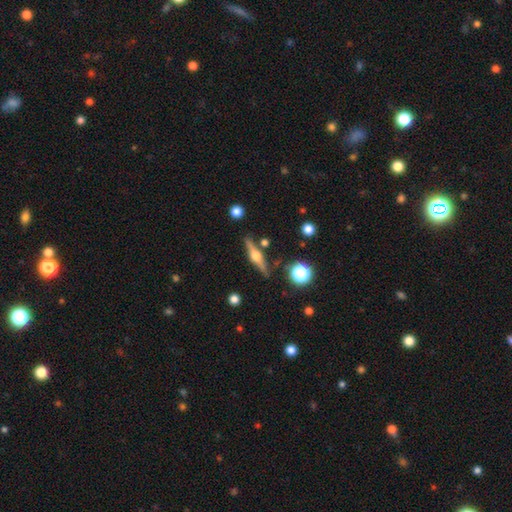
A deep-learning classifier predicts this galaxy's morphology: smooth-or-featured: featured or disk: 72% | smooth: 22% | star or artifact: 7%
  disk-edge-on: yes: 97% | no: 3%
    edge-on-bulge: rounded: 93% | boxy: 5% | none: 2%
  merging: none: 85% | minor disturbance: 9% | merger: 4% | major disturbance: 2%